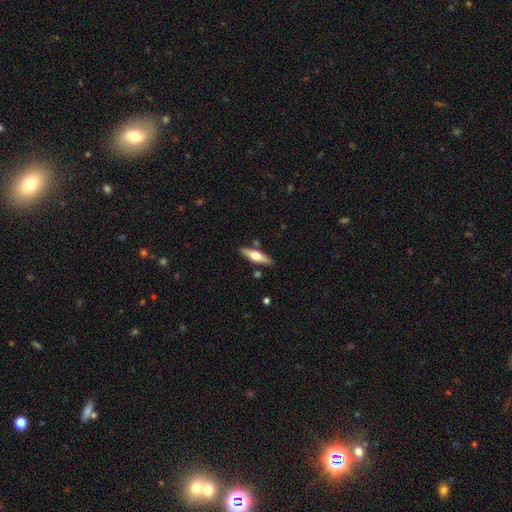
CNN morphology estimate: Smooth or featured: featured or disk — 51% (smooth — 43%)
Edge-on disk: yes — 92% (no — 8%)
Merging: none — 84% (minor disturbance — 10%)